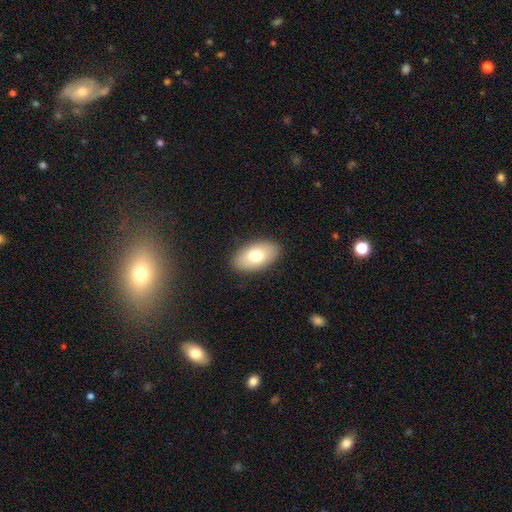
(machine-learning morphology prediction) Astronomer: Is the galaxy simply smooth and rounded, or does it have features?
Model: smooth — 73%.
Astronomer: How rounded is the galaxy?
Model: in between — 93%.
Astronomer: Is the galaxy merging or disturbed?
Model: none — 88%.